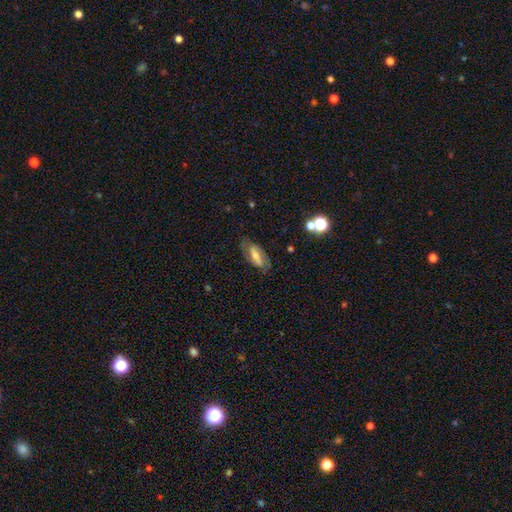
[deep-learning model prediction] A featured or disk galaxy (59%) with a strong bar (47%), spiral arms (67%) and a moderate central bulge (48%). Merging: none (78%).